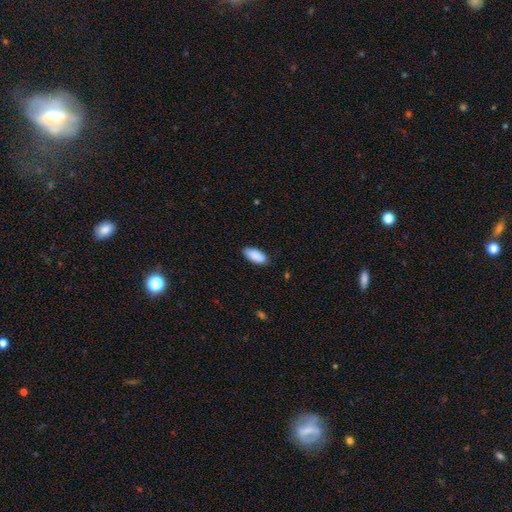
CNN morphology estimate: type=smooth (90%); roundness=in between (90%); merging=none (83%).